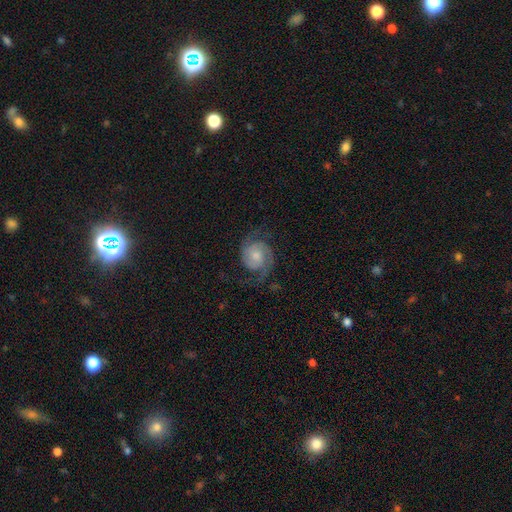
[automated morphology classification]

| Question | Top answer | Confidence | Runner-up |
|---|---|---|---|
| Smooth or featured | featured or disk | 83% | smooth (11%) |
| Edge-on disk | no | 98% | yes (2%) |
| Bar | no | 68% | weak (28%) |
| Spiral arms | yes | 97% | no (3%) |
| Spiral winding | medium | 48% | tight (28%) |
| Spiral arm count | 2 | 88% | can't tell (4%) |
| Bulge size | small | 46% | moderate (36%) |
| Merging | none | 71% | minor disturbance (15%) |